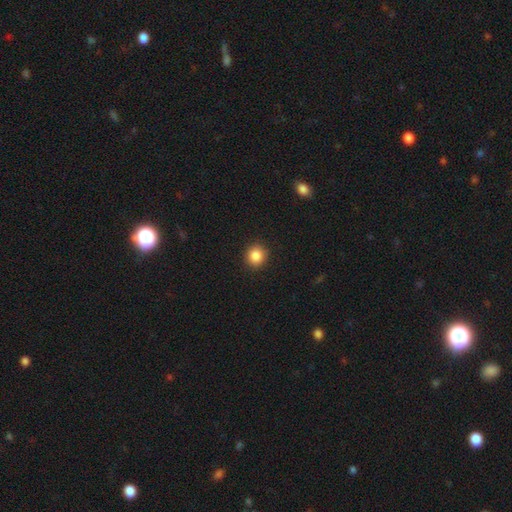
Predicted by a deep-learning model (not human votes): smooth_or_featured: smooth (p=0.87) [alt: star or artifact p=0.10]
how_rounded: round (p=0.89) [alt: in between p=0.10]
merging: none (p=0.91) [alt: minor disturbance p=0.06]